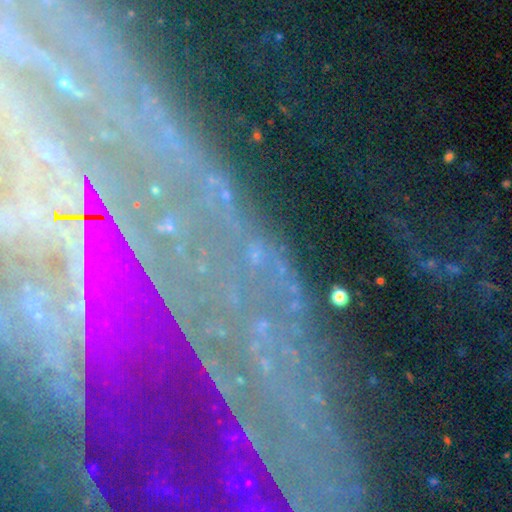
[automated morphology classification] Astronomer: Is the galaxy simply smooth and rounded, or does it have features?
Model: star or artifact — 60%.